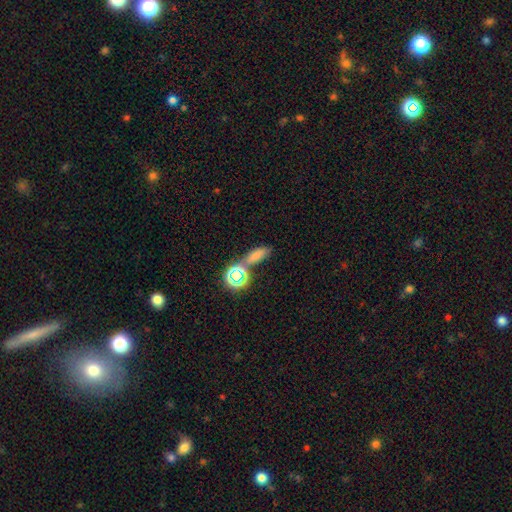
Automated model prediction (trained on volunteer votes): smooth-or-featured: smooth: 65% | star or artifact: 25% | featured or disk: 10%
  how-rounded: in between: 63% | cigar-shaped: 24% | round: 14%
  merging: none: 61% | merger: 20% | minor disturbance: 13% | major disturbance: 5%